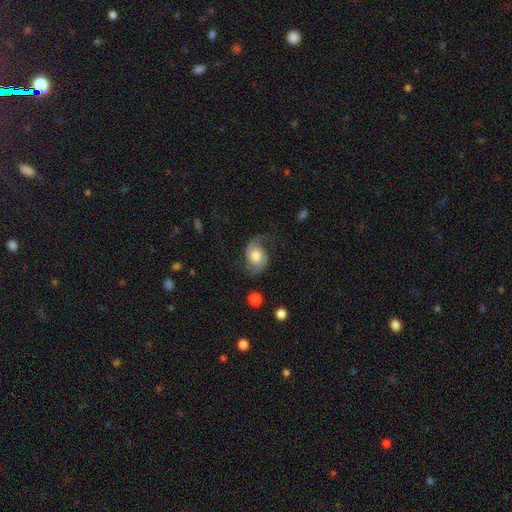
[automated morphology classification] Q: Smooth or featured?
A: featured or disk (67%); runner-up: smooth (26%)
Q: Edge-on disk?
A: no (97%); runner-up: yes (3%)
Q: Bar?
A: no (70%); runner-up: weak (25%)
Q: Spiral arms?
A: yes (93%); runner-up: no (7%)
Q: Spiral winding?
A: loose (50%); runner-up: medium (37%)
Q: Spiral arm count?
A: 2 (82%); runner-up: 1 (12%)
Q: Bulge size?
A: moderate (55%); runner-up: large (26%)
Q: Merging?
A: none (54%); runner-up: minor disturbance (22%)